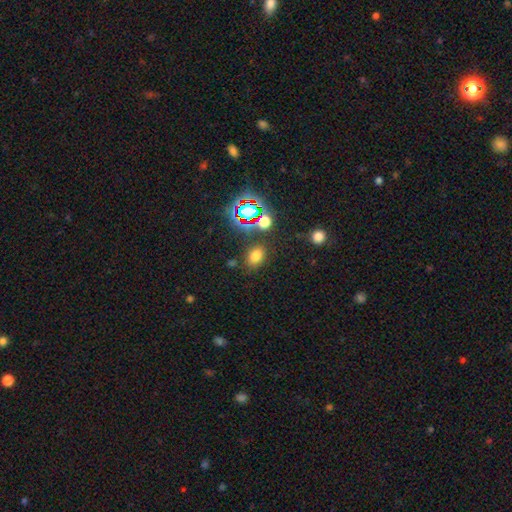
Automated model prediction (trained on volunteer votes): Smooth or featured? smooth (70%)
How rounded? in between (67%)
Merging? none (80%)